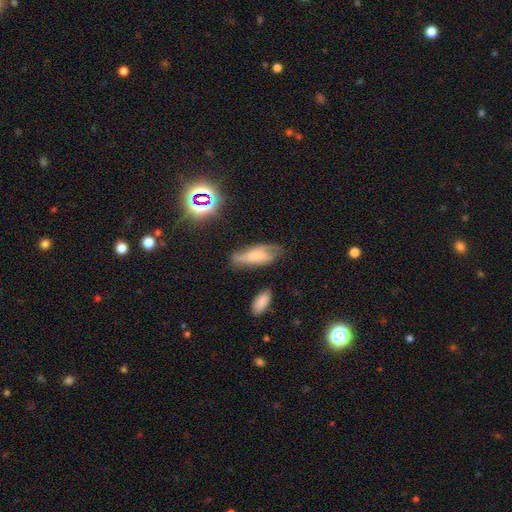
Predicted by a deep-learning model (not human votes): smooth-or-featured: smooth: 49% | featured or disk: 40% | star or artifact: 11%
  merging: none: 49% | minor disturbance: 31% | major disturbance: 14% | merger: 5%